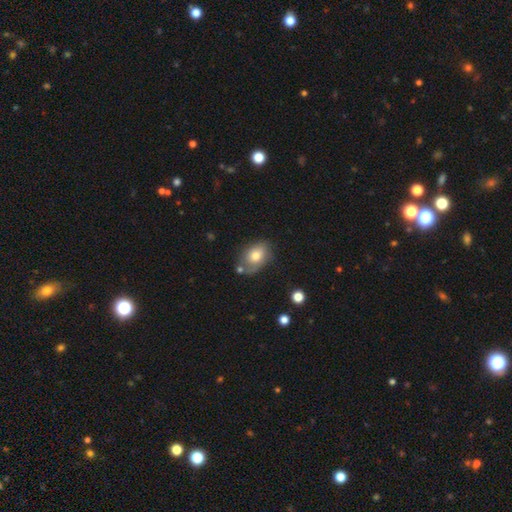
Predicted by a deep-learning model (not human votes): This appears to be a smooth galaxy with no disk features (70%) that is in between round and cigar-shaped (79%). Merging: none (58%).